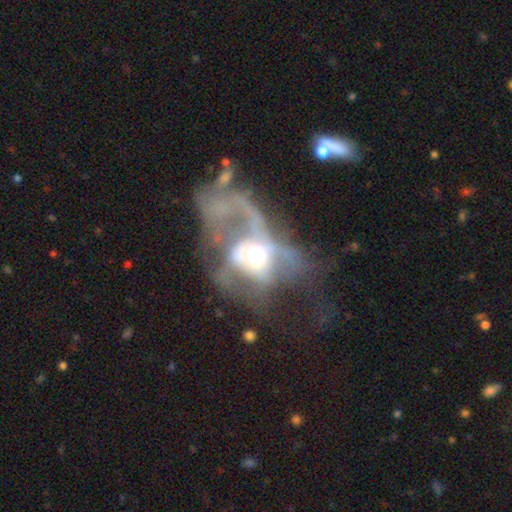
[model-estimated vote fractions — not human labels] Smooth or featured? featured or disk (64%)
Edge-on disk? no (94%)
Bar? no (75%)
Spiral arms? no (60%)
Bulge size? moderate (47%)
Merging? major disturbance (64%)